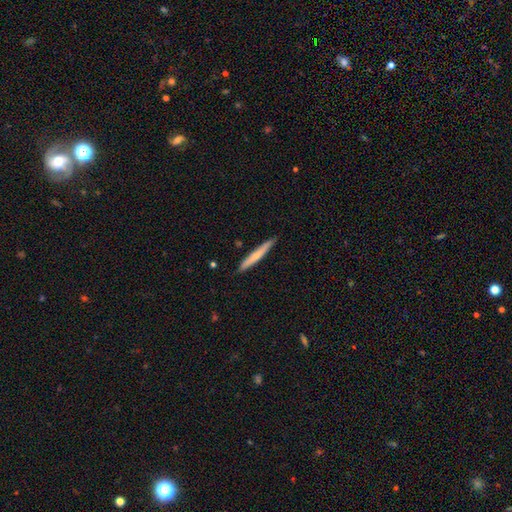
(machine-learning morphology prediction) A smooth galaxy with no disk features (56%) that is cigar-shaped (96%). Merging: none (89%).